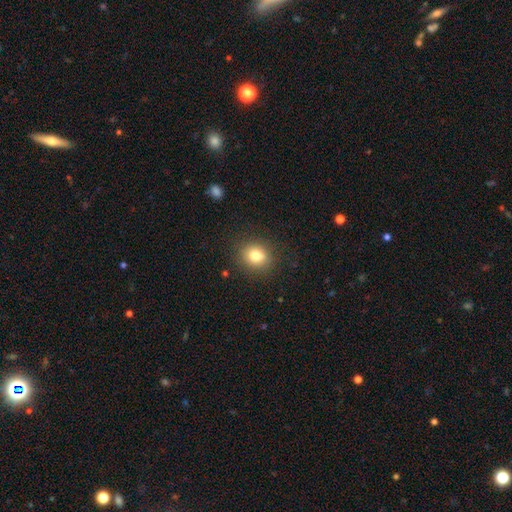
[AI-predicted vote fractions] smooth 79%, star or artifact 12%, featured or disk 9%. Down the decision tree: how rounded — round (72%); merging — none (85%).